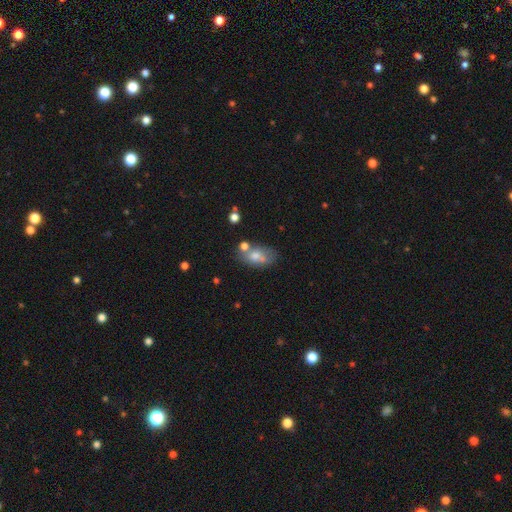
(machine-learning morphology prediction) type=smooth (61%); roundness=in between (85%); merging=none (50%).